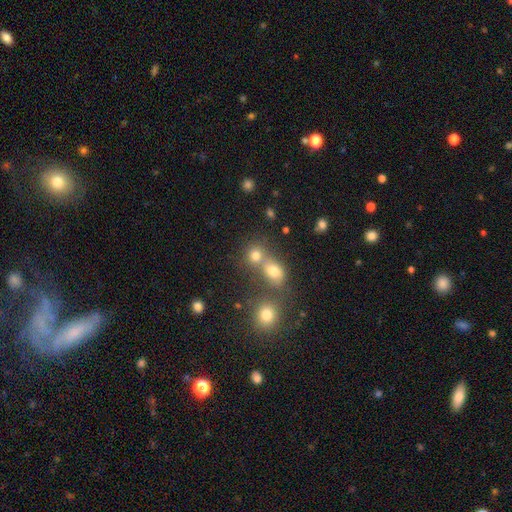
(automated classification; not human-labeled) smooth 74%, star or artifact 17%, featured or disk 9%. Down the decision tree: how rounded — round (77%); merging — none (48%).